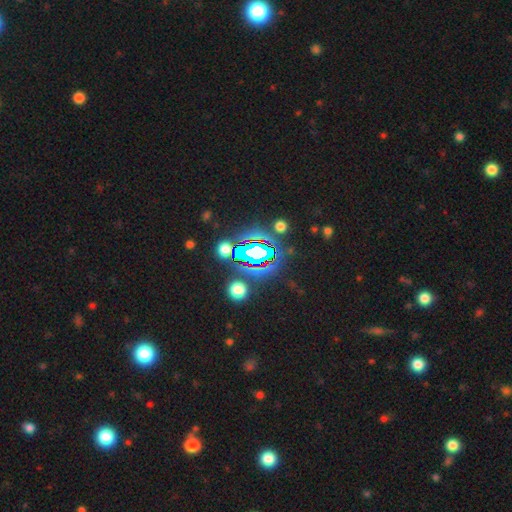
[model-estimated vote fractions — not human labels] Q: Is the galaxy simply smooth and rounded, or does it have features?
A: star or artifact — 81%.